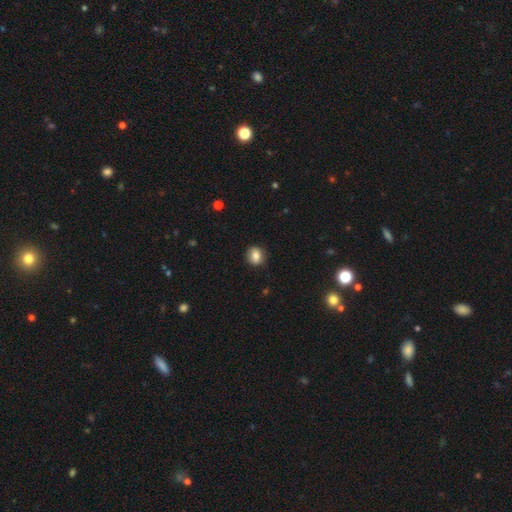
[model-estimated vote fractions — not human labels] smooth 82%, star or artifact 9%, featured or disk 9%. Down the decision tree: how rounded — round (69%); merging — none (87%).